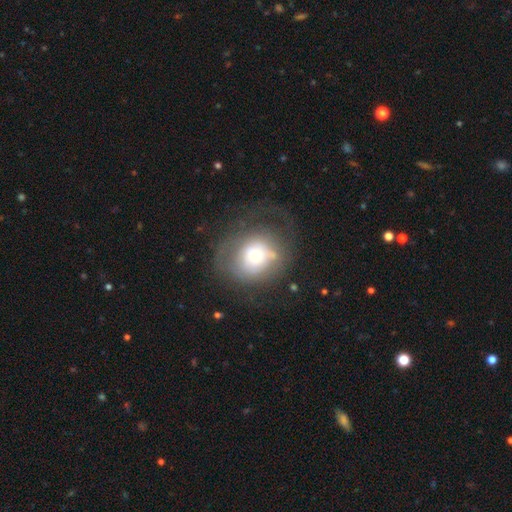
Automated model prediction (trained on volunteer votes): Smooth or featured? smooth (50%)
How rounded? round (78%)
Merging? none (45%)